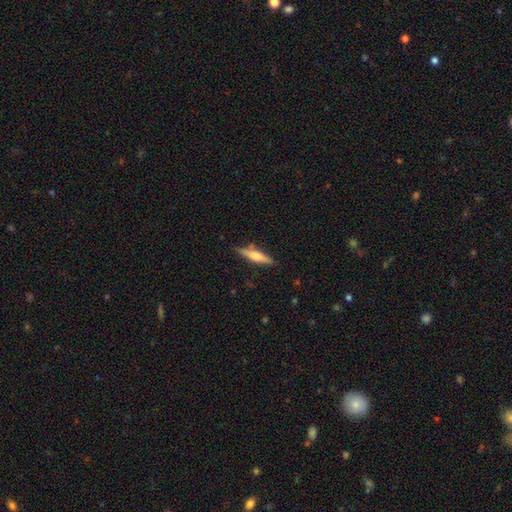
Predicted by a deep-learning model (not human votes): smooth_or_featured: featured or disk (p=0.48) [alt: smooth p=0.46]
merging: none (p=0.81) [alt: minor disturbance p=0.13]